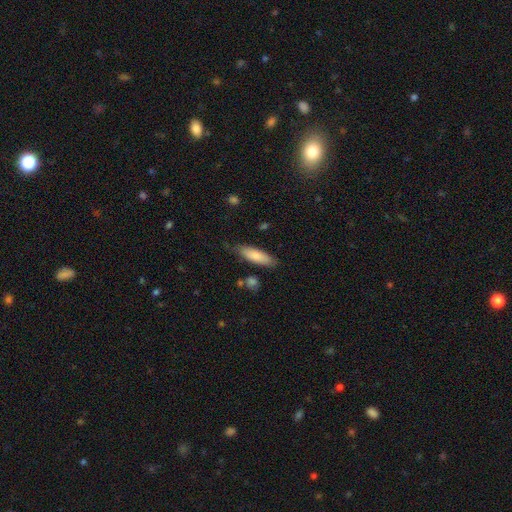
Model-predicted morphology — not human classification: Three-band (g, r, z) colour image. It shows a smooth galaxy with no disk features (79%) that is cigar-shaped (51%). Merging: none (76%).